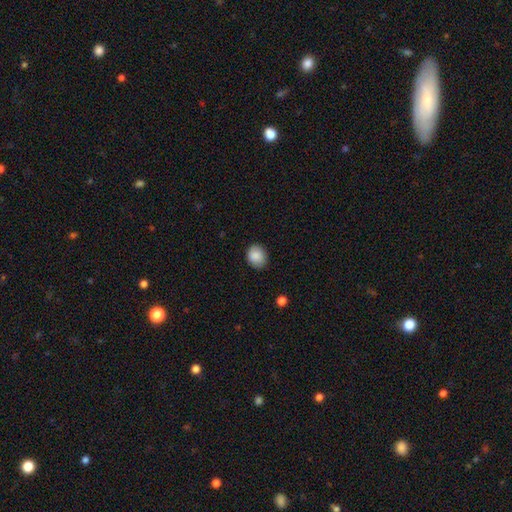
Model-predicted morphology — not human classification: type=smooth (88%); roundness=round (58%); merging=none (86%).